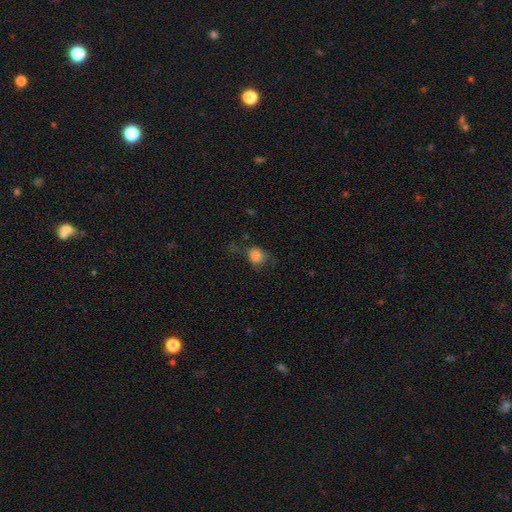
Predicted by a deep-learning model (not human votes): Smooth or featured: smooth — 80% (star or artifact — 11%)
How rounded: round — 69% (in between — 30%)
Merging: none — 51% (minor disturbance — 28%)